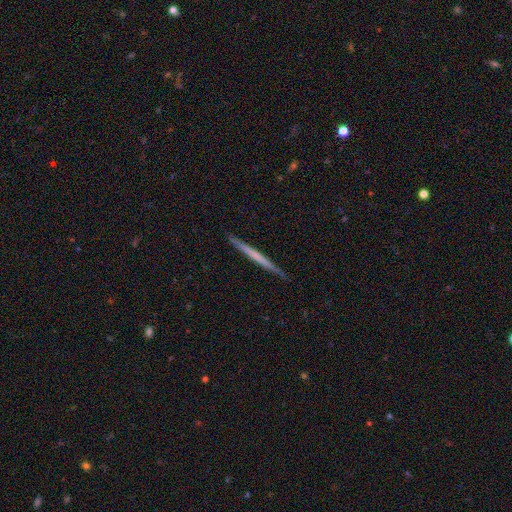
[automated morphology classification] smooth-or-featured: featured or disk: 51% | smooth: 44% | star or artifact: 5%
  disk-edge-on: yes: 98% | no: 2%
  merging: none: 91% | minor disturbance: 7% | major disturbance: 1% | merger: 1%